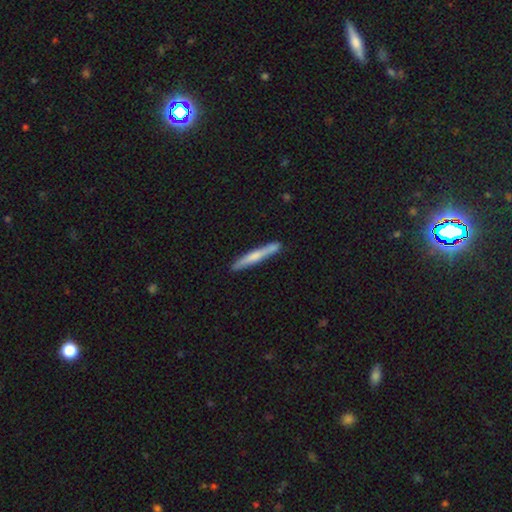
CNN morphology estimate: Smooth or featured?
  - smooth: 56% *
  - featured or disk: 39%
  - star or artifact: 5%
How rounded?
  - cigar-shaped: 95% *
  - in between: 3%
  - round: 1%
Merging?
  - none: 84% *
  - minor disturbance: 11%
  - merger: 3%
  - major disturbance: 2%